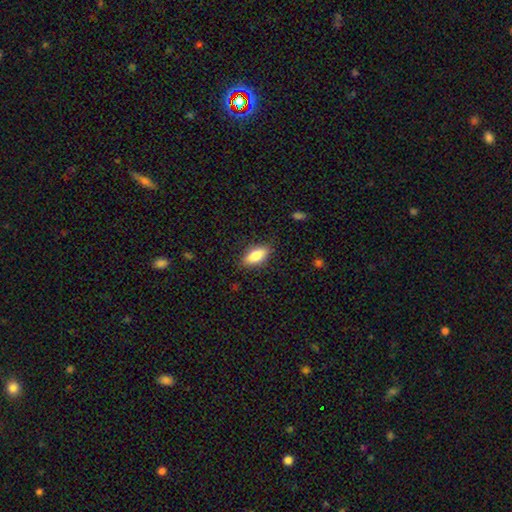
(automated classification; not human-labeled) Overall: smooth (83%). How rounded: in between (83%). Merging: none (85%).